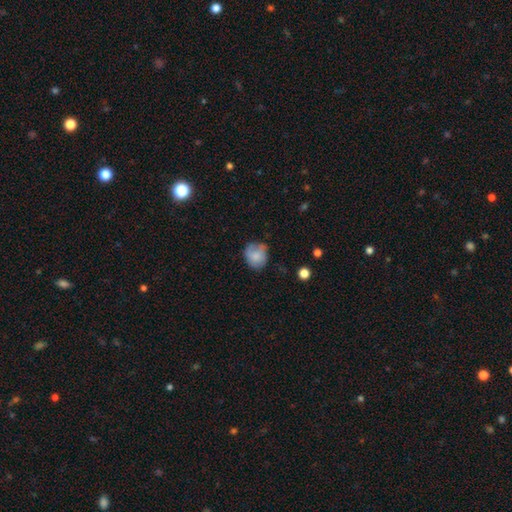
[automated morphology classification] This appears to be a smooth galaxy with no disk features (77%) that is round (72%). Merging: none (57%).